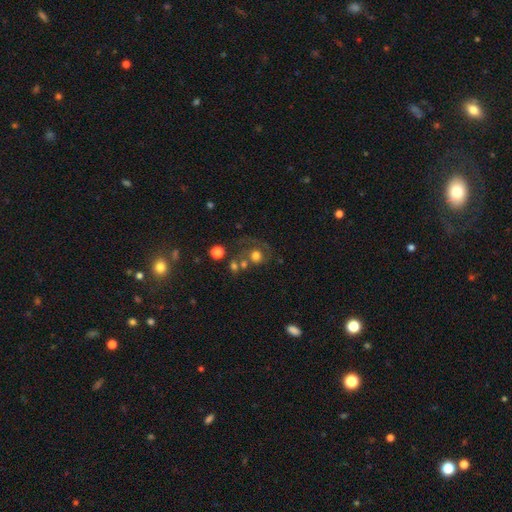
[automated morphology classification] The model was most divided on "merging": none: 39%, merger: 26%, major disturbance: 21%, minor disturbance: 14%. More confident: how rounded — round (79%); smooth or featured — smooth (58%).